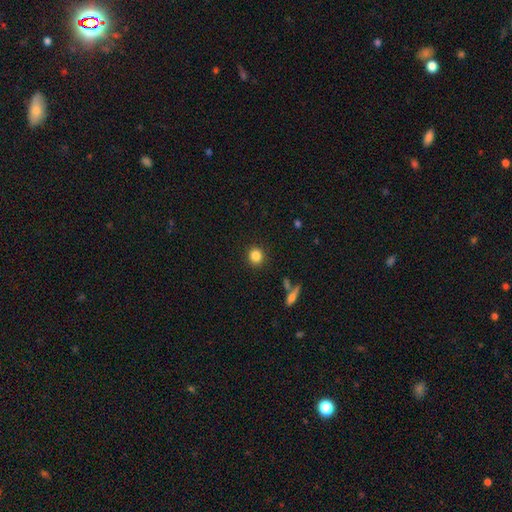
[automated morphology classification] Overall: smooth (84%). How rounded: round (85%). Merging: none (89%).